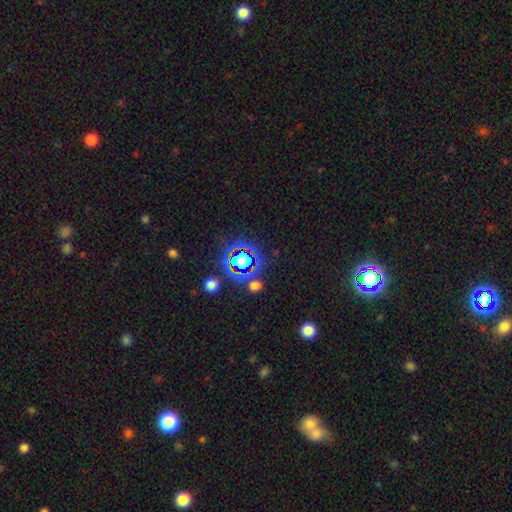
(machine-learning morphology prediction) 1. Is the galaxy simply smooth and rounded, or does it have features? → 77% star or artifact, 15% smooth, 8% featured or disk.